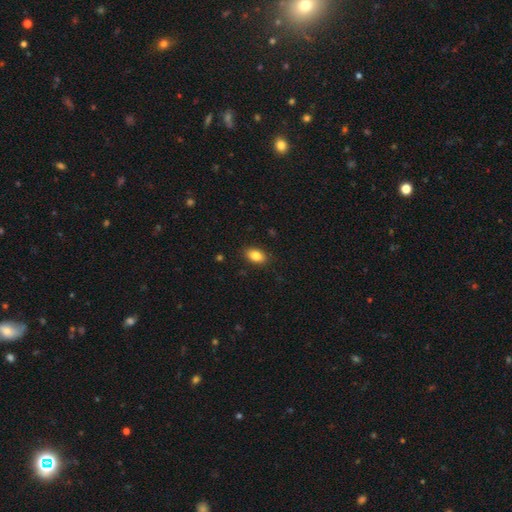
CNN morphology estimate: smooth-or-featured: smooth: 85% | star or artifact: 8% | featured or disk: 6%
  how-rounded: in between: 87% | round: 11% | cigar-shaped: 2%
  merging: none: 87% | minor disturbance: 9% | major disturbance: 2% | merger: 1%